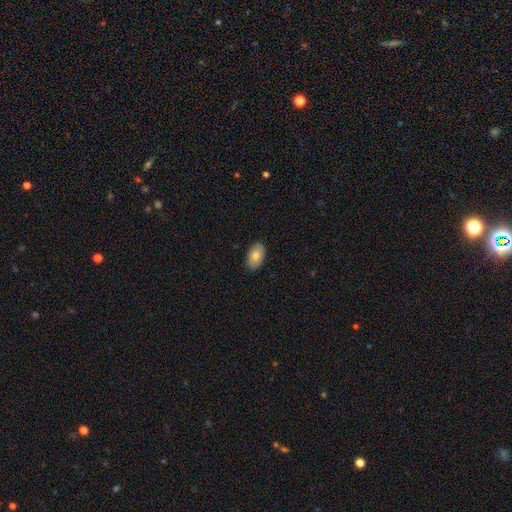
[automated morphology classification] A smooth galaxy with no disk features (80%) that is in between round and cigar-shaped (93%). Merging: none (86%).